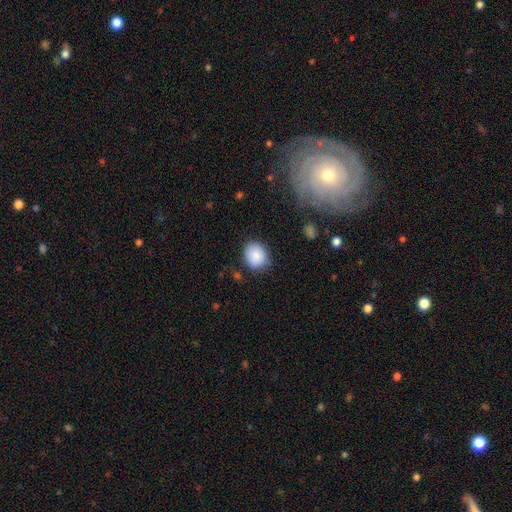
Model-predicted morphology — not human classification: Smooth or featured? smooth (87%)
How rounded? round (68%)
Merging? none (80%)